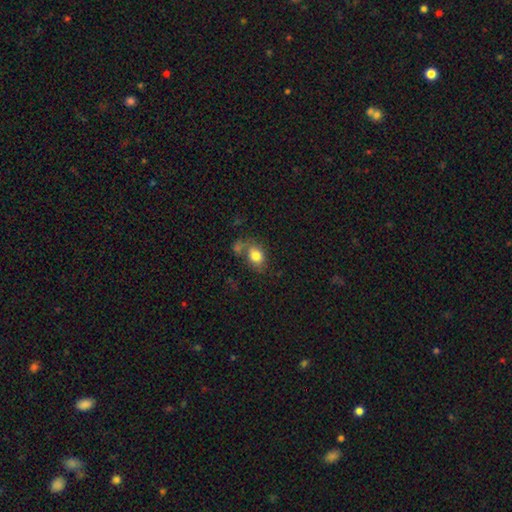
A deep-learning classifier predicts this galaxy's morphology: smooth_or_featured: smooth (p=0.80) [alt: featured or disk p=0.11]
how_rounded: in between (p=0.57) [alt: round p=0.41]
merging: none (p=0.46) [alt: merger p=0.26]